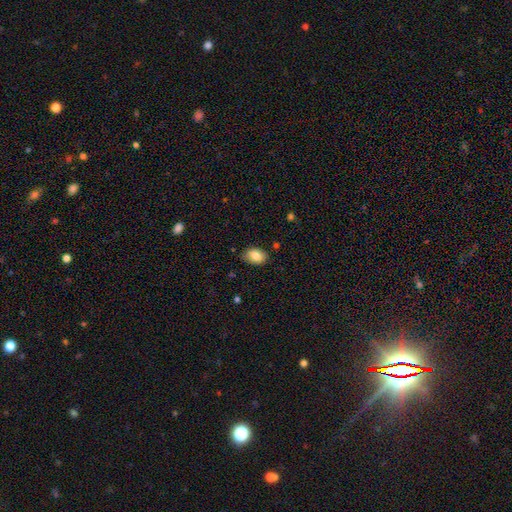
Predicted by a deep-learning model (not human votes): Smooth or featured?
  - smooth: 83% *
  - featured or disk: 9%
  - star or artifact: 8%
How rounded?
  - in between: 84% *
  - round: 15%
  - cigar-shaped: 1%
Merging?
  - none: 80% *
  - minor disturbance: 16%
  - major disturbance: 3%
  - merger: 1%